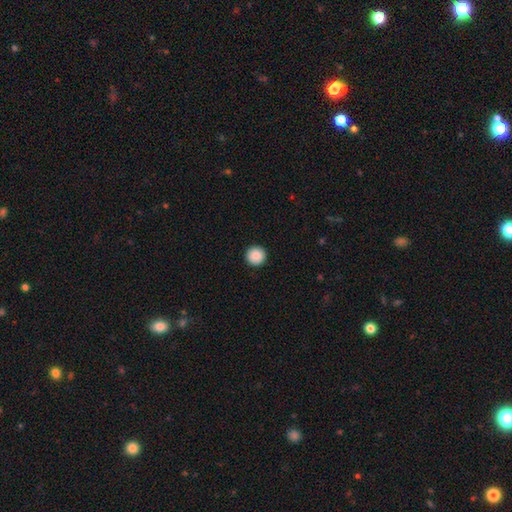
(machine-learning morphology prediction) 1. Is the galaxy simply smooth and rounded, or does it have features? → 89% smooth, 8% star or artifact, 3% featured or disk.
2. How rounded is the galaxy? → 96% round, 3% in between, 1% cigar-shaped.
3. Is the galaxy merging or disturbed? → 93% none, 5% minor disturbance, 2% major disturbance, 1% merger.